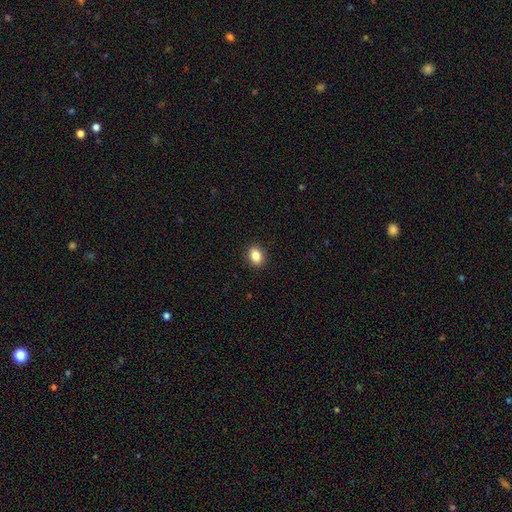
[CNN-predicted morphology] Smooth or featured?
  - smooth: 85% *
  - star or artifact: 9%
  - featured or disk: 5%
How rounded?
  - in between: 68% *
  - round: 30%
  - cigar-shaped: 1%
Merging?
  - none: 90% *
  - minor disturbance: 7%
  - major disturbance: 2%
  - merger: 1%